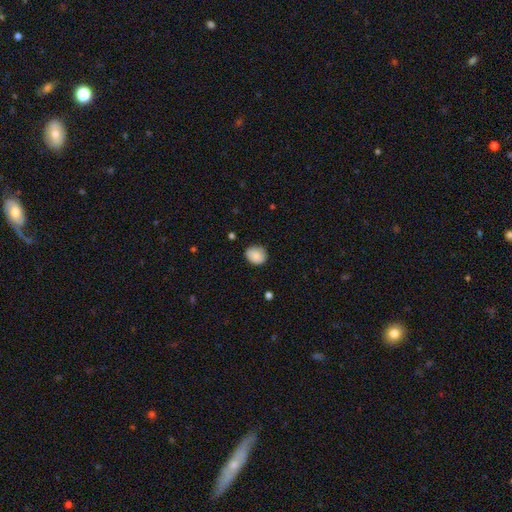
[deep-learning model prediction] Smooth or featured: smooth — 83% (featured or disk — 9%)
How rounded: round — 59% (in between — 41%)
Merging: none — 74% (minor disturbance — 21%)